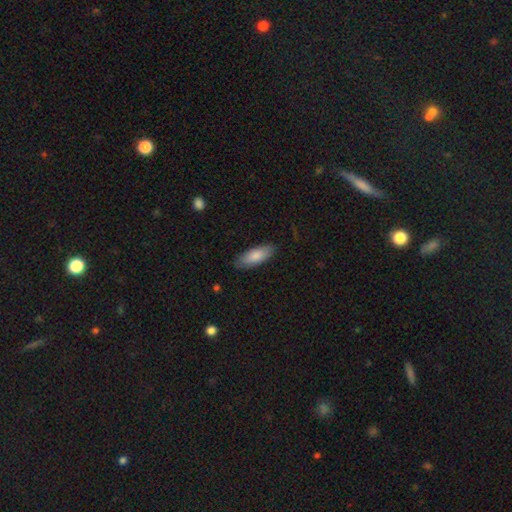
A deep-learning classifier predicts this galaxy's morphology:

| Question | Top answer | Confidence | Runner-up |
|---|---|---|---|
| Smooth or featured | smooth | 84% | featured or disk (10%) |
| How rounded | in between | 74% | cigar-shaped (25%) |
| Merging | none | 85% | minor disturbance (12%) |